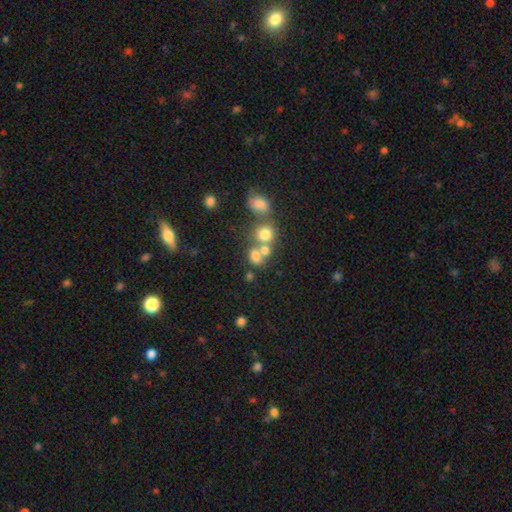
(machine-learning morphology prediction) Overall: smooth (70%). How rounded: round (55%; in between 43%). Merging: merger (47%; none 37%).